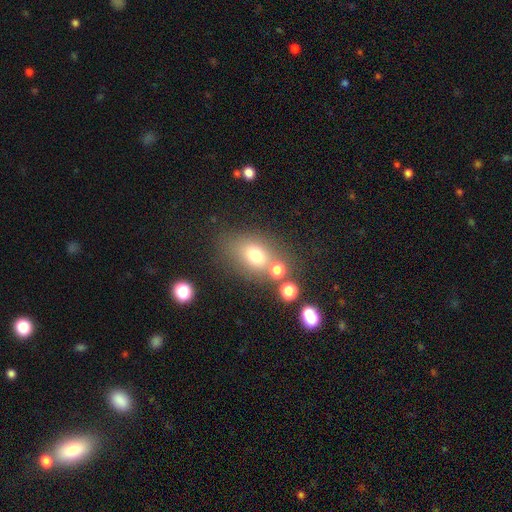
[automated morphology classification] A smooth galaxy with no disk features (72%) that is in between round and cigar-shaped (66%). Merging: none (58%).